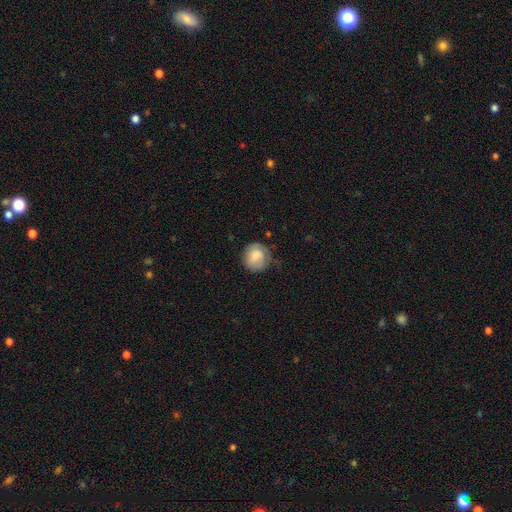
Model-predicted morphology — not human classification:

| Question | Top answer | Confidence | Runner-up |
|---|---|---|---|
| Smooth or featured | smooth | 74% | featured or disk (19%) |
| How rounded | round | 82% | in between (17%) |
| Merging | none | 56% | minor disturbance (30%) |